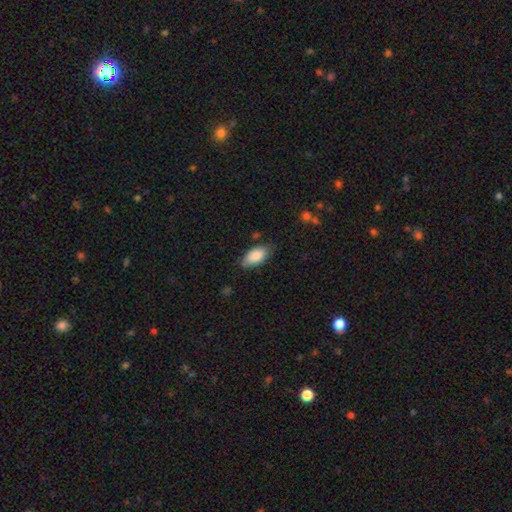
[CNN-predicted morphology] Overall: smooth (86%). How rounded: in between (93%). Merging: none (74%).